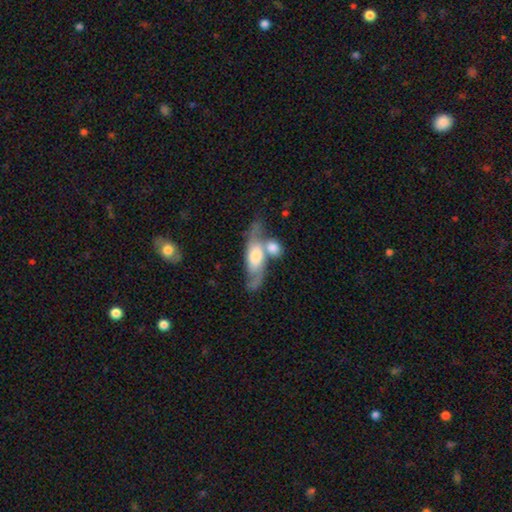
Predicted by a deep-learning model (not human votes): smooth-or-featured: featured or disk: 59% | smooth: 35% | star or artifact: 6%
  disk-edge-on: no: 74% | yes: 26%
  merging: merger: 44% | none: 32% | minor disturbance: 14% | major disturbance: 10%